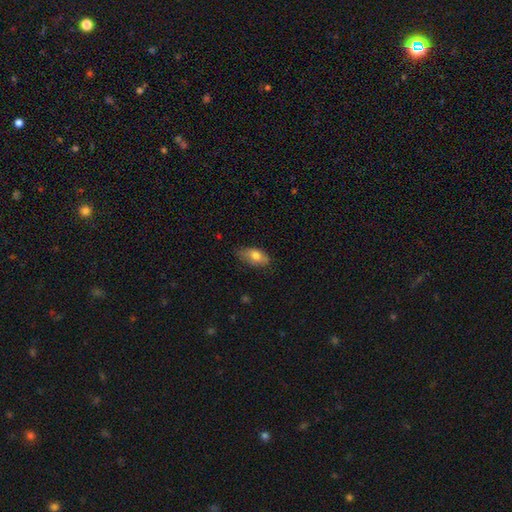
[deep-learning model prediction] The model was most divided on "merging": none: 61%, minor disturbance: 30%, major disturbance: 7%, merger: 1%. More confident: how rounded — in between (90%); smooth or featured — smooth (77%).